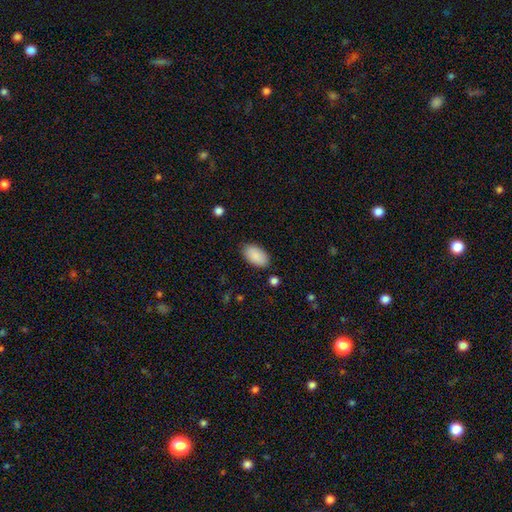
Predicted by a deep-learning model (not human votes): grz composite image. It shows a smooth galaxy with no disk features (90%) that is in between round and cigar-shaped (95%). Merging: none (86%).